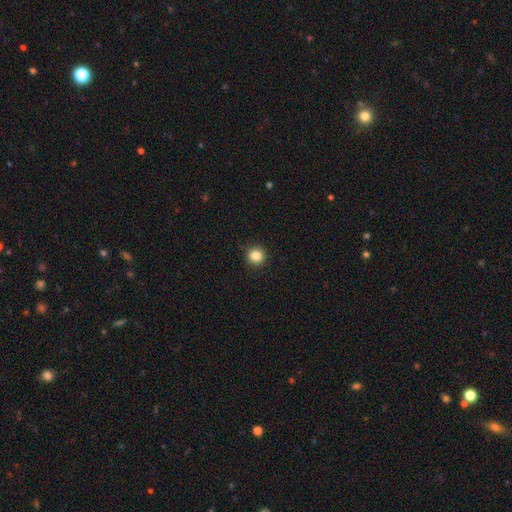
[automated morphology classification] Overall: smooth (85%). How rounded: round (93%). Merging: none (92%).